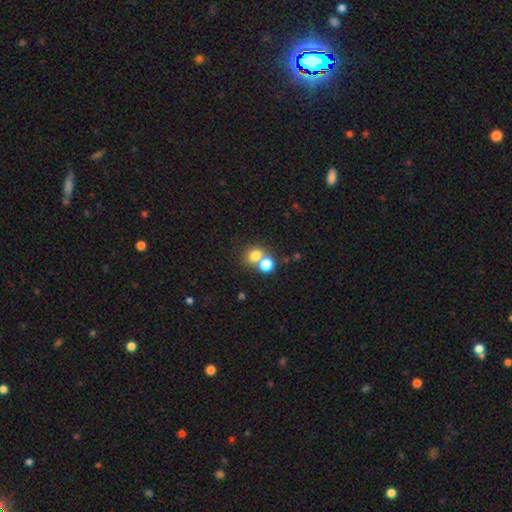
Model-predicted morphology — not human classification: Overall: smooth (76%). How rounded: round (70%). Merging: none (46%; merger 45%).